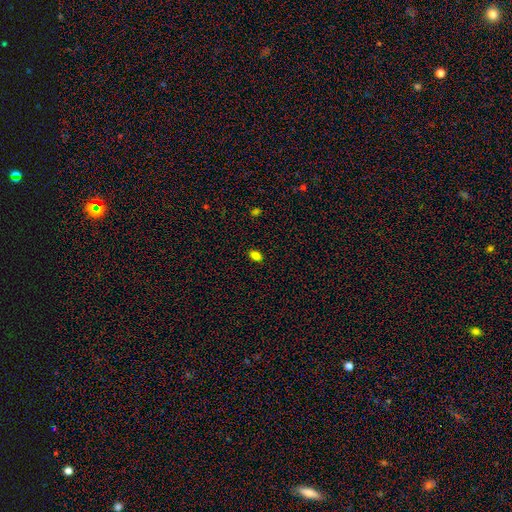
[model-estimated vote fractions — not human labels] Q: Smooth or featured?
A: smooth (83%); runner-up: star or artifact (13%)
Q: How rounded?
A: in between (86%); runner-up: round (12%)
Q: Merging?
A: none (88%); runner-up: minor disturbance (9%)